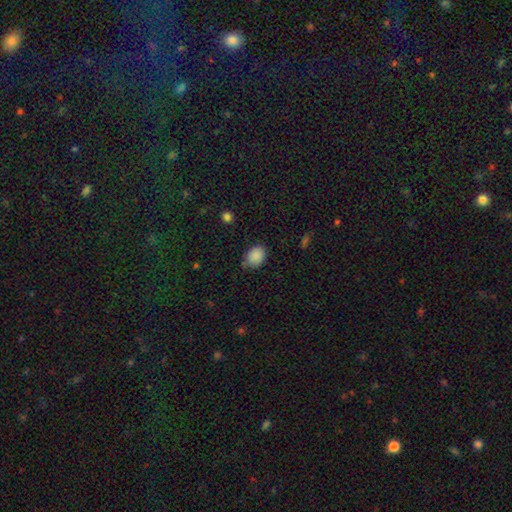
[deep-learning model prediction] A smooth galaxy with no disk features (88%) that is in between round and cigar-shaped (63%).

Vote fractions:
- Smooth or featured? smooth: 88% / star or artifact: 9% / featured or disk: 4%
- How rounded? in between: 63% / round: 36% / cigar-shaped: 1%
- Merging? none: 74% / minor disturbance: 20% / major disturbance: 4% / merger: 2%